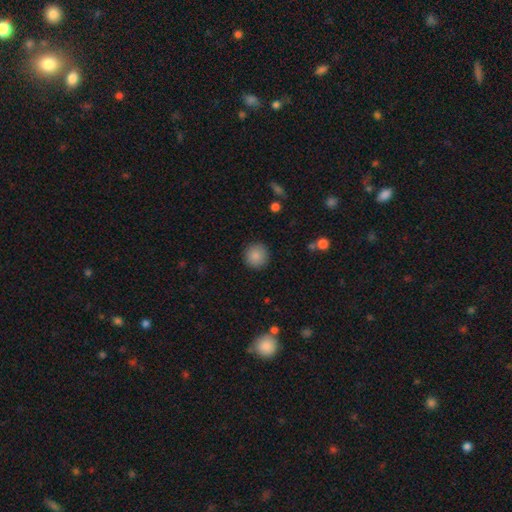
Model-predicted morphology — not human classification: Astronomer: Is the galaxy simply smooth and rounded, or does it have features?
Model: smooth — 87%.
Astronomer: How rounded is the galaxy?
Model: round — 94%.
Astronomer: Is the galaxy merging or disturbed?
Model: none — 90%.